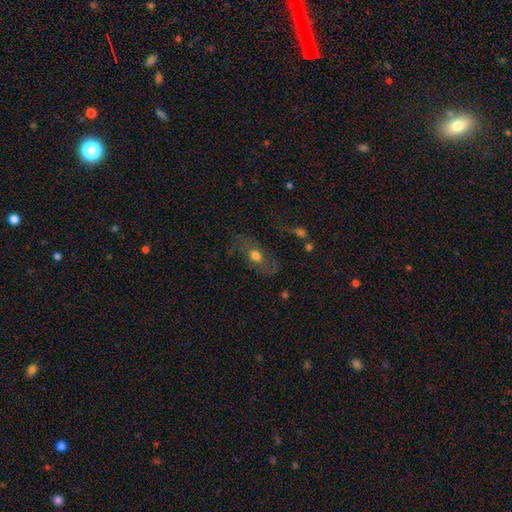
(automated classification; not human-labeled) Q: Smooth or featured?
A: smooth (45%); runner-up: featured or disk (43%)
Q: Merging?
A: none (60%); runner-up: minor disturbance (20%)